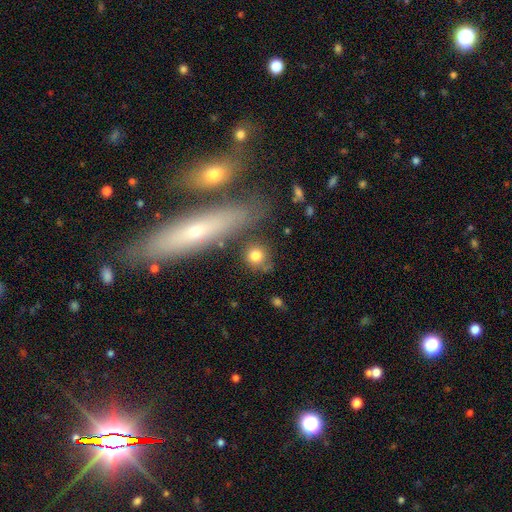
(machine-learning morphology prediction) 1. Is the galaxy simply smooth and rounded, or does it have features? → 78% smooth, 11% featured or disk, 11% star or artifact.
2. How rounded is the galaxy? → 86% round, 11% in between, 3% cigar-shaped.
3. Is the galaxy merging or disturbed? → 69% none, 13% minor disturbance, 12% merger, 7% major disturbance.